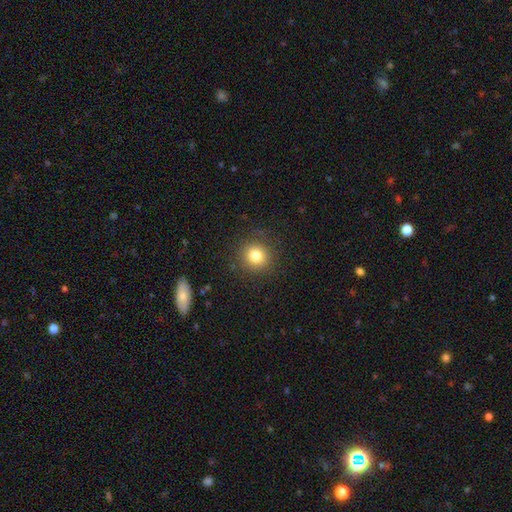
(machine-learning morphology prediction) smooth_or_featured: smooth (p=0.81) [alt: star or artifact p=0.12]
how_rounded: round (p=0.90) [alt: in between p=0.09]
merging: none (p=0.88) [alt: minor disturbance p=0.08]